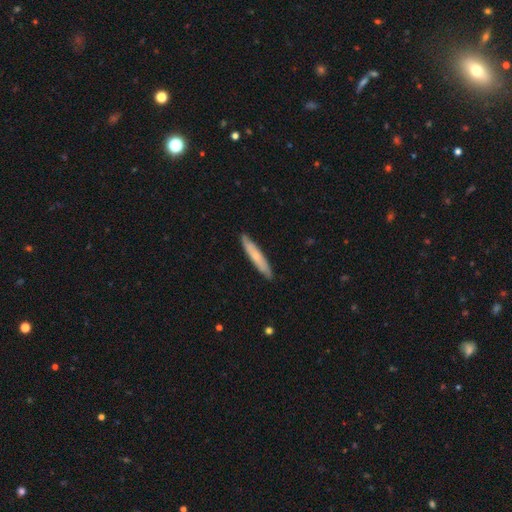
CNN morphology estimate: A smooth galaxy with no disk features (58%) that is cigar-shaped (92%). Merging: none (88%).